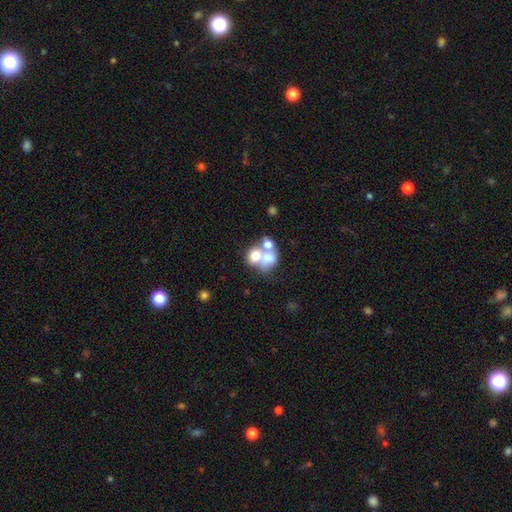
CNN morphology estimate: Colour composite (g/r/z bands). It shows a smooth galaxy with no disk features (61%) that is round (60%). Merging: merger (64%).